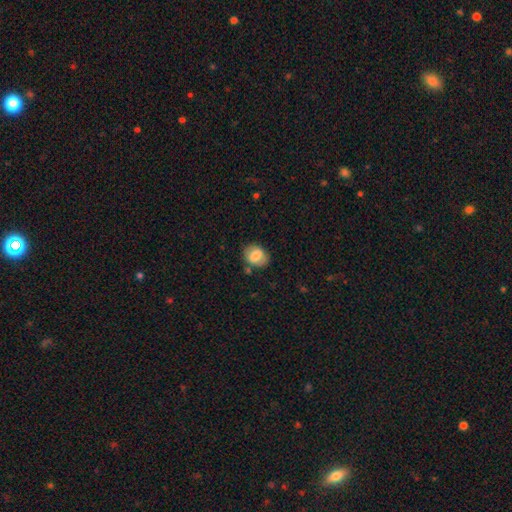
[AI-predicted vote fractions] Q: Smooth or featured?
A: smooth (75%); runner-up: featured or disk (17%)
Q: How rounded?
A: in between (59%); runner-up: round (40%)
Q: Merging?
A: none (74%); runner-up: minor disturbance (17%)